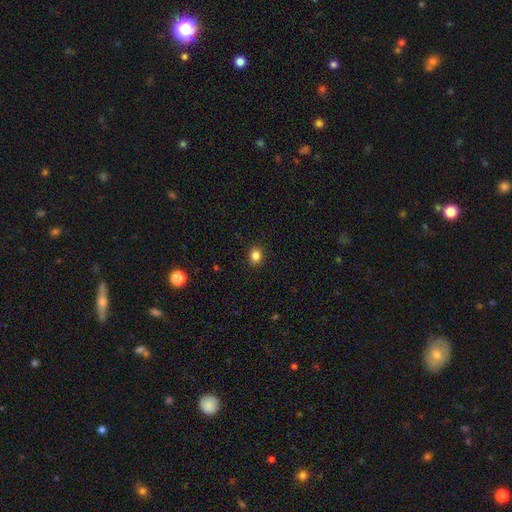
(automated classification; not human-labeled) A smooth galaxy with no disk features (84%) that is round (68%). Merging: none (91%).